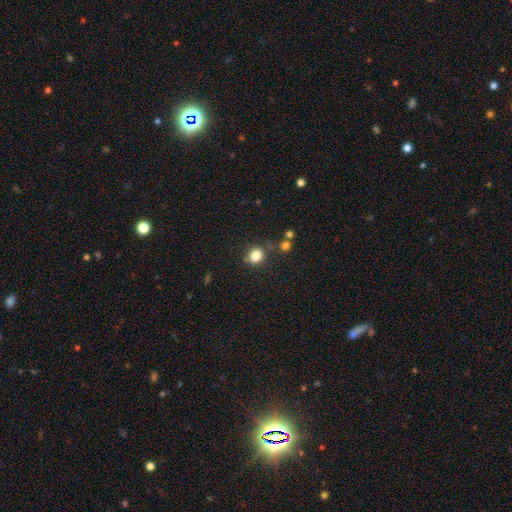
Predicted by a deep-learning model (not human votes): smooth 83%, star or artifact 11%, featured or disk 6%. Down the decision tree: how rounded — round (72%); merging — none (75%).